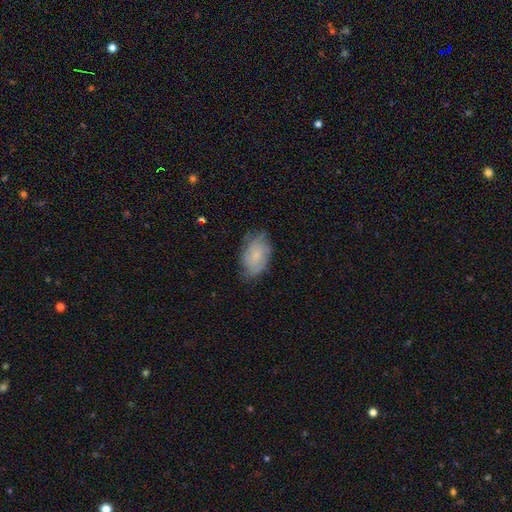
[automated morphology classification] A featured or disk galaxy (47%). Merging: none (66%).